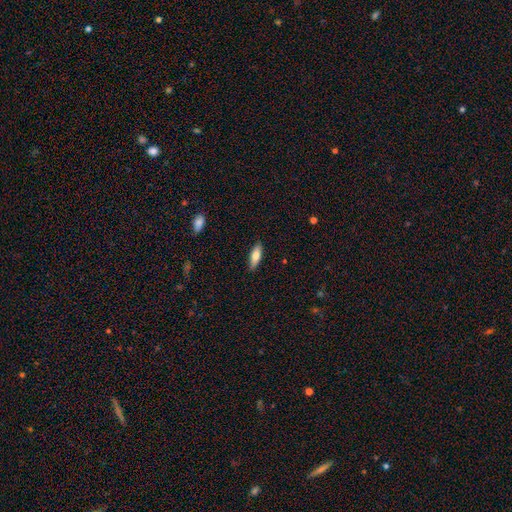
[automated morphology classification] Overall: smooth (73%). How rounded: in between (58%; cigar-shaped 40%). Merging: none (87%).